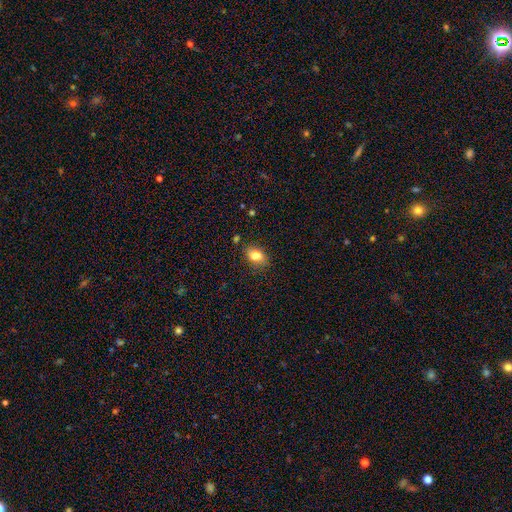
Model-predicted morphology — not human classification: This is clearly a smooth galaxy (82%). How rounded: likely in between (78%). Merging: likely none (79%).